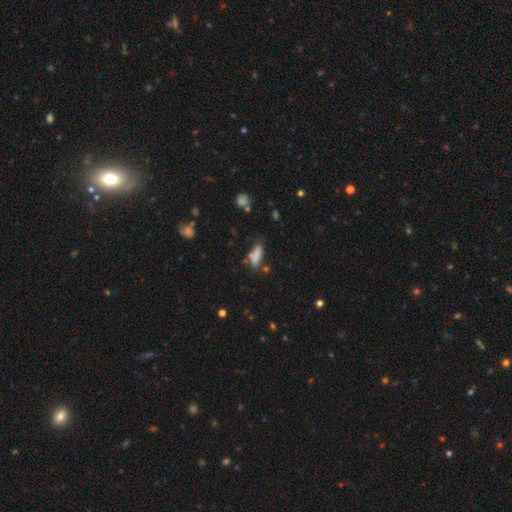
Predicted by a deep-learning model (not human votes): This appears to be a smooth galaxy with no disk features (79%) that is in between round and cigar-shaped (63%). Merging: none (57%).